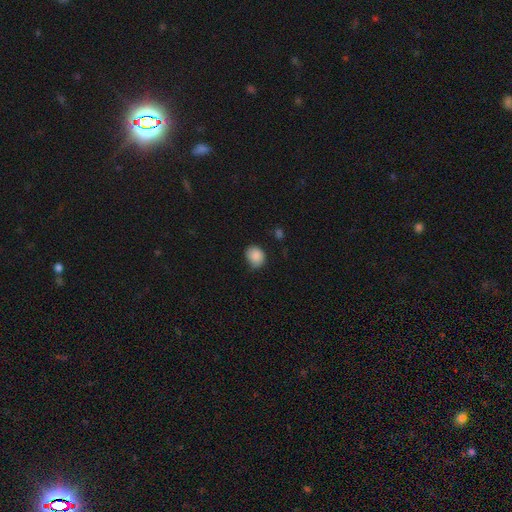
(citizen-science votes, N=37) Smooth or featured?
  - smooth: 89% *
  - star or artifact: 8%
  - featured or disk: 3%
How rounded?
  - round: 73% *
  - in between: 27%
  - cigar-shaped: 0%
Merging?
  - none: 71% *
  - minor disturbance: 26%
  - major disturbance: 3%
  - merger: 0%